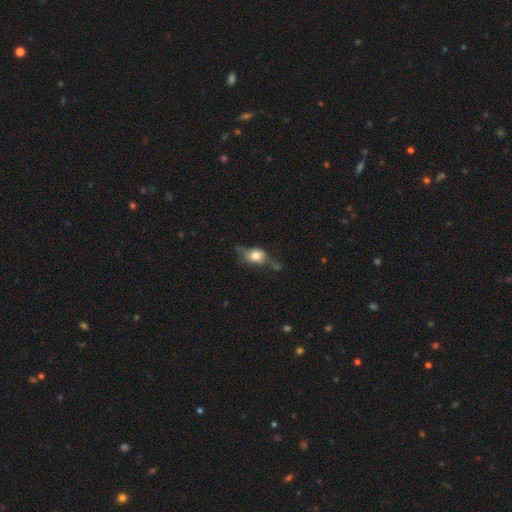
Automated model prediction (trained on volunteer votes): A smooth galaxy with no disk features (63%) that is in between round and cigar-shaped (63%). Merging: none (47%).